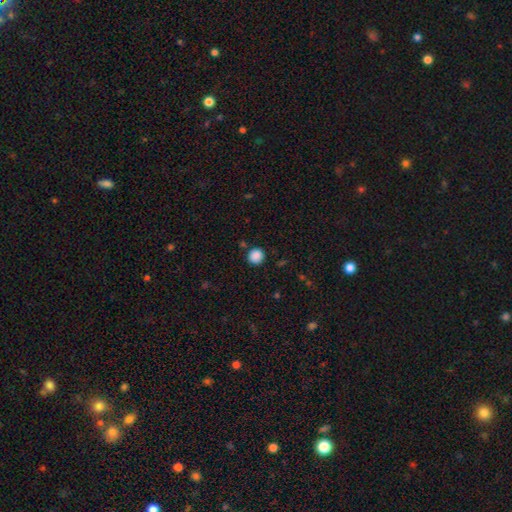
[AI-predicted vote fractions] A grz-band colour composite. It shows a smooth galaxy with no disk features (88%) that is round (91%). Merging: none (89%).